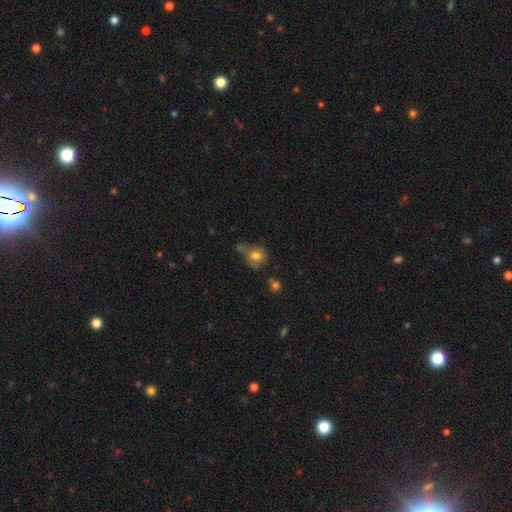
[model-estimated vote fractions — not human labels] smooth-or-featured: smooth: 75% | featured or disk: 14% | star or artifact: 11%
  how-rounded: round: 73% | in between: 25% | cigar-shaped: 1%
  merging: none: 43% | minor disturbance: 27% | merger: 16% | major disturbance: 14%